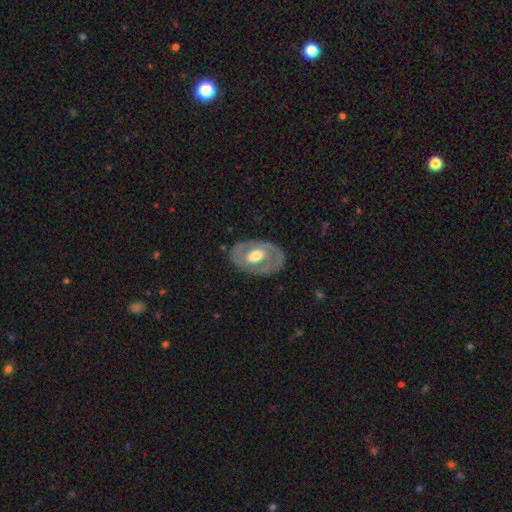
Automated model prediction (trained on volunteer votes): Smooth or featured: featured or disk — 67% (smooth — 28%)
Edge-on disk: no — 94% (yes — 6%)
Bar: no — 63% (weak — 27%)
Spiral arms: no — 59% (yes — 41%)
Bulge size: moderate — 58% (large — 31%)
Merging: none — 78% (minor disturbance — 15%)